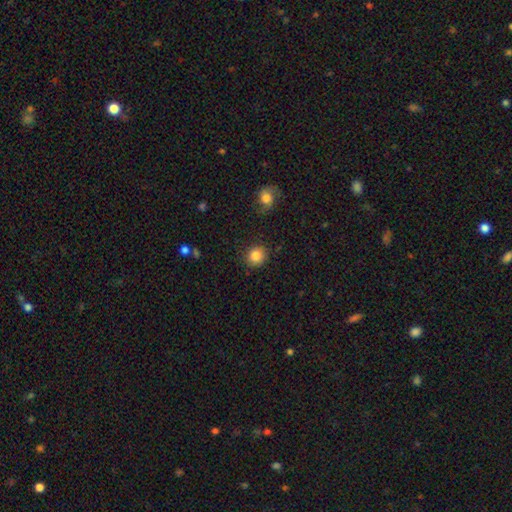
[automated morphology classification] type=smooth (85%); roundness=round (86%); merging=none (87%).